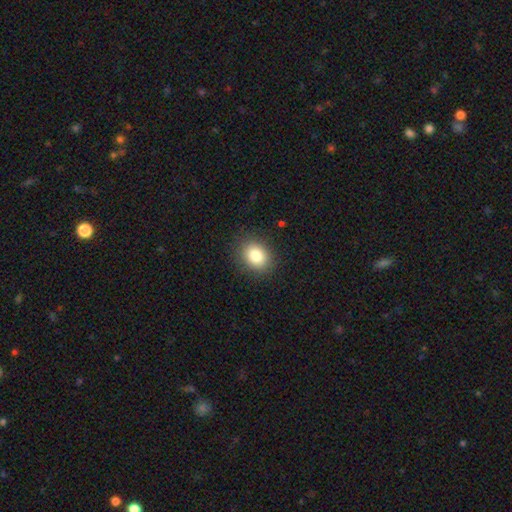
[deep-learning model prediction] Overall: smooth (83%). How rounded: round (51%; in between 48%). Merging: none (88%).